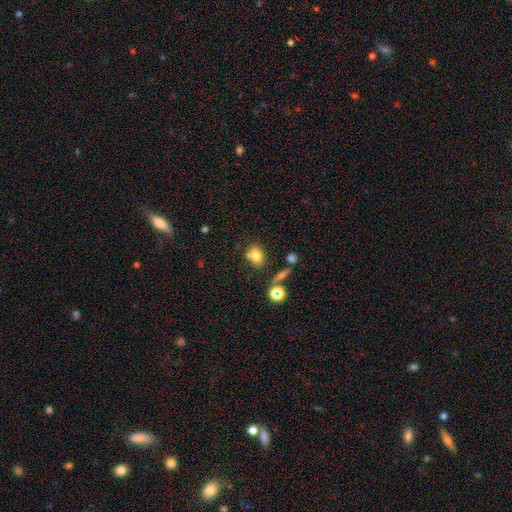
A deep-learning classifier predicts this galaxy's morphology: This appears to be a smooth galaxy with no disk features (75%) that is in between round and cigar-shaped (63%). Merging: none (62%).